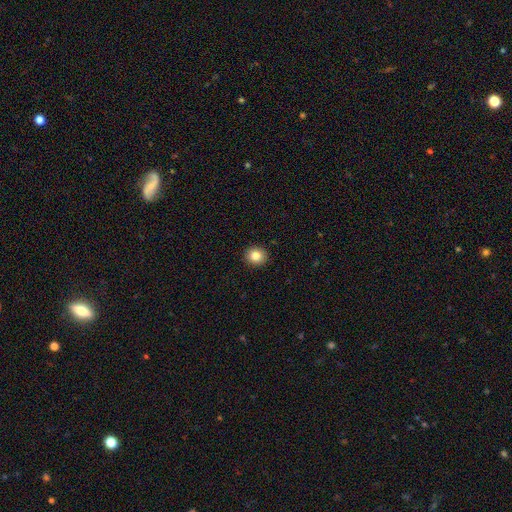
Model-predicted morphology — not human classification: Smooth or featured? smooth (84%)
How rounded? round (84%)
Merging? none (92%)